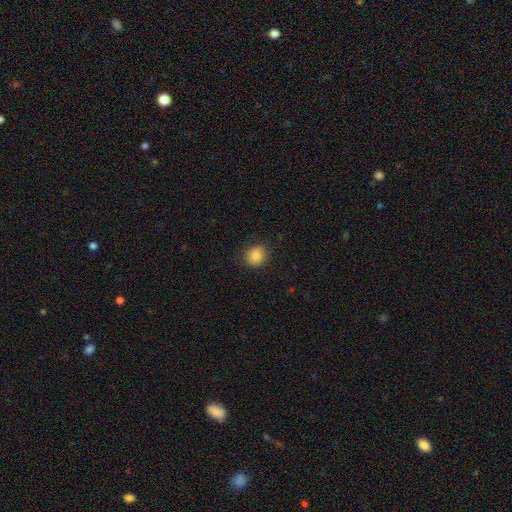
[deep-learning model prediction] This appears to be a smooth galaxy with no disk features (85%) that is round (74%). Merging: none (86%).